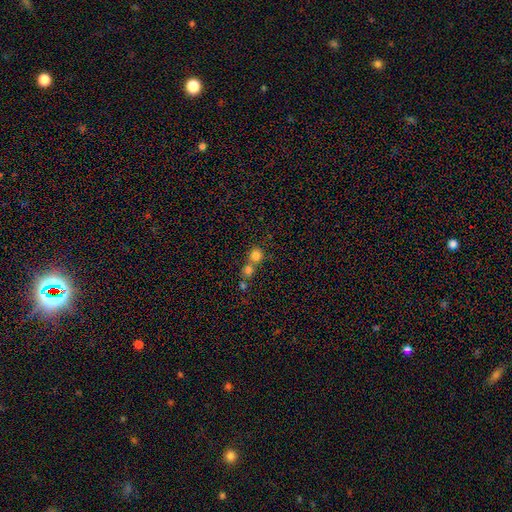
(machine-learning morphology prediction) The model was most divided on "merging": merger: 48%, none: 44%, minor disturbance: 5%, major disturbance: 3%. More confident: how rounded — round (88%); smooth or featured — smooth (80%).